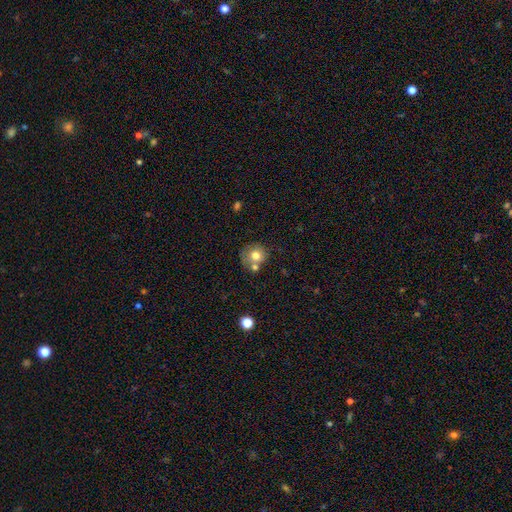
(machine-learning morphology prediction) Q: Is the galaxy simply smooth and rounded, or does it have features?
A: smooth — 73%.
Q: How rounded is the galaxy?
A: round — 86%.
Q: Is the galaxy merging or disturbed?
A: none — 56%.